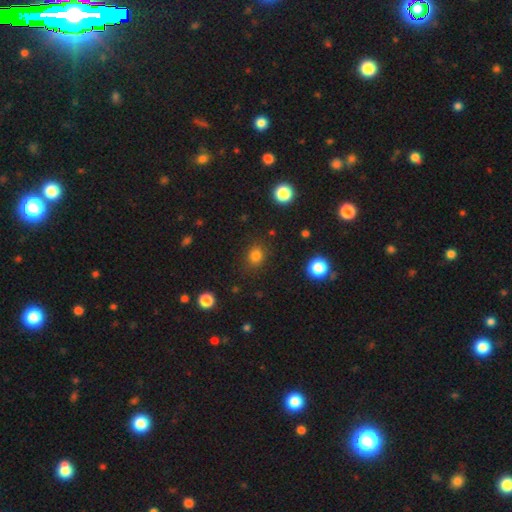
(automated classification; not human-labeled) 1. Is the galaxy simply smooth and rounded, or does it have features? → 81% smooth, 14% star or artifact, 5% featured or disk.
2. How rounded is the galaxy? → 63% round, 36% in between, 1% cigar-shaped.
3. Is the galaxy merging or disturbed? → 85% none, 10% minor disturbance, 3% major disturbance, 2% merger.